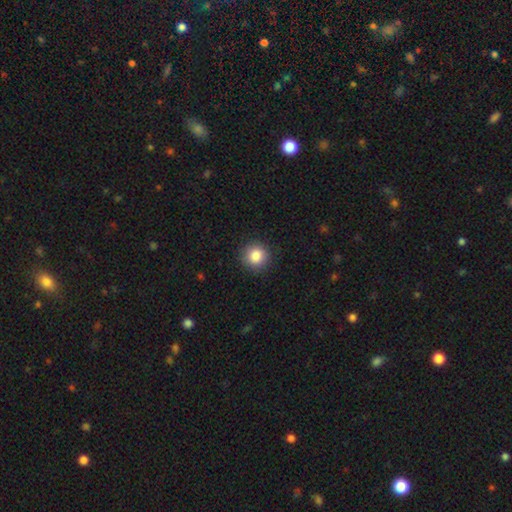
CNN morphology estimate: Smooth or featured? Predicted: smooth (p=0.86). How rounded? Predicted: round (p=0.93). Merging? Predicted: none (p=0.90).